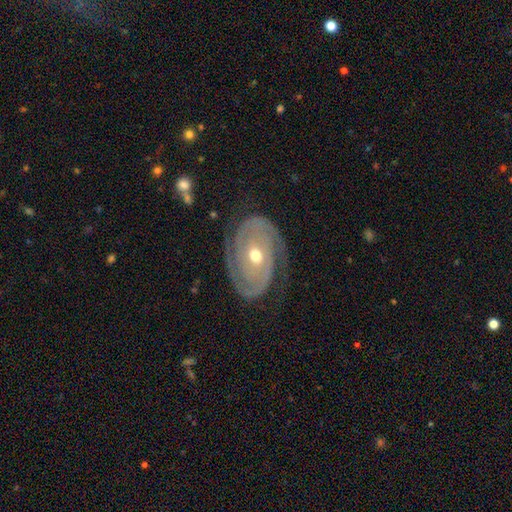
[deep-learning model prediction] A featured or disk galaxy (90%) with no bar (65%), 2 (90%) tight (66%) spiral arms (96%) and a moderate central bulge (67%). Merging: none (79%).